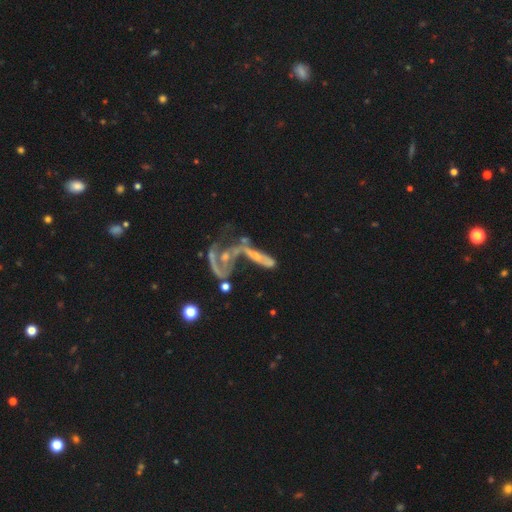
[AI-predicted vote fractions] featured or disk 68%, smooth 17%, star or artifact 15%. Down the decision tree: edge-on disk — no (84%); bar — no (70%); spiral arms — yes (52%); bulge size — small (45%); merging — merger (57%).